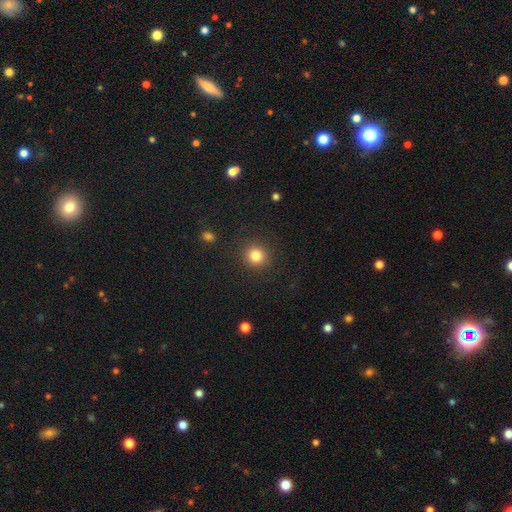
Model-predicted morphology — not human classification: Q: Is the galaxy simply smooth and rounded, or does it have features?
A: smooth — 83%.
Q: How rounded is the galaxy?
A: round — 92%.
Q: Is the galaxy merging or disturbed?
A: none — 90%.